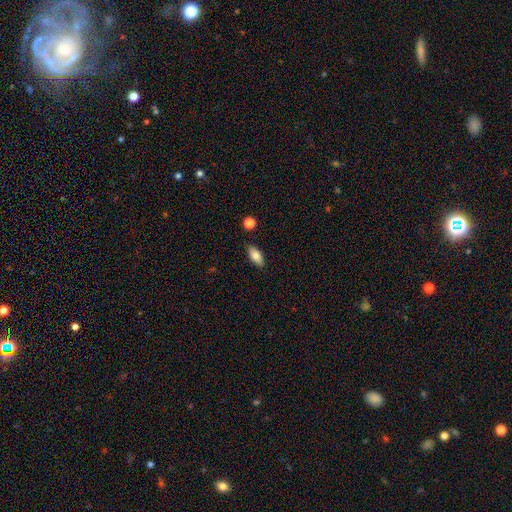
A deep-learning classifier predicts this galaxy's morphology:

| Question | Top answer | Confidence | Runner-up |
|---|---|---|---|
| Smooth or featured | smooth | 81% | featured or disk (12%) |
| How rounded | in between | 87% | cigar-shaped (10%) |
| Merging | none | 85% | minor disturbance (11%) |